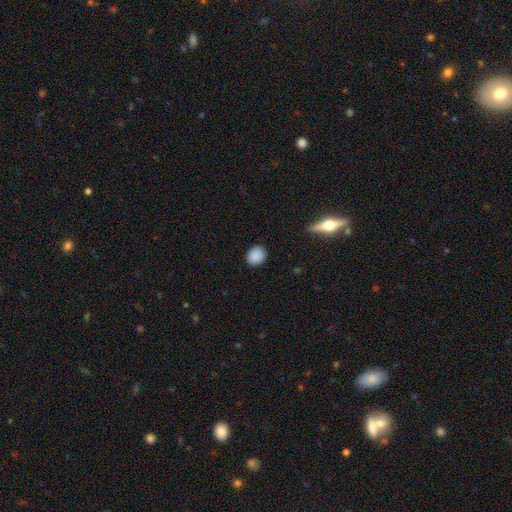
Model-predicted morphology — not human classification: This is clearly a smooth galaxy (88%). How rounded: likely round (71%). Merging: clearly none (88%).